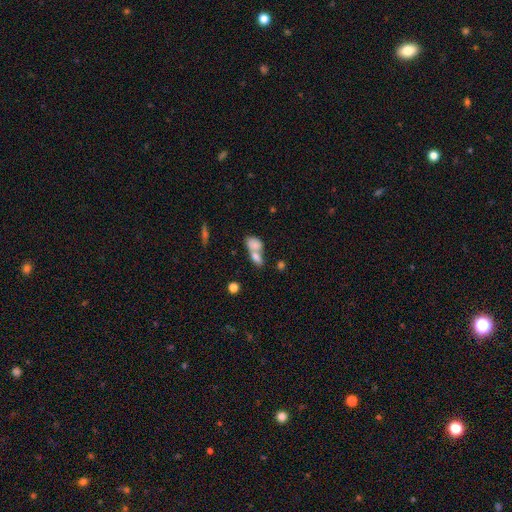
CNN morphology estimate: This is likely a smooth galaxy (76%). How rounded: likely in between (80%). Merging: likely merger (62%).